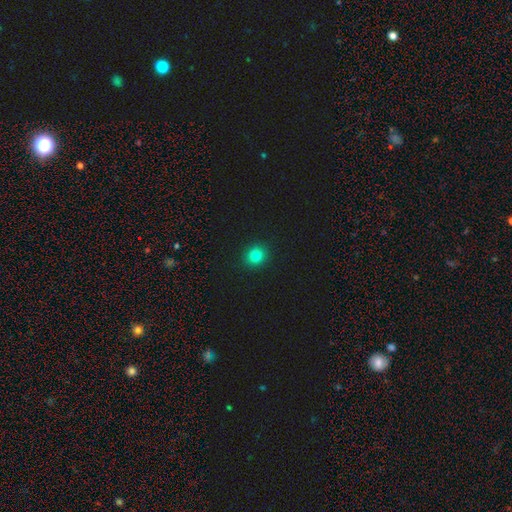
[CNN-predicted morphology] The model was most divided on "smooth or featured": smooth: 81%, star or artifact: 14%, featured or disk: 5%. More confident: merging — none (92%); how rounded — round (85%).